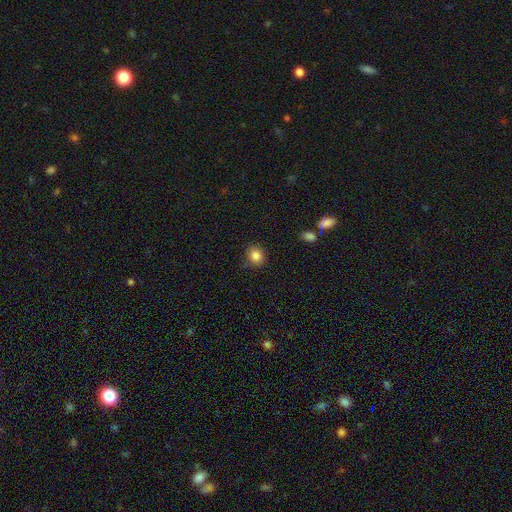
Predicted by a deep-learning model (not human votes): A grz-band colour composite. It shows a smooth galaxy with no disk features (84%) that is round (74%). Merging: none (82%).